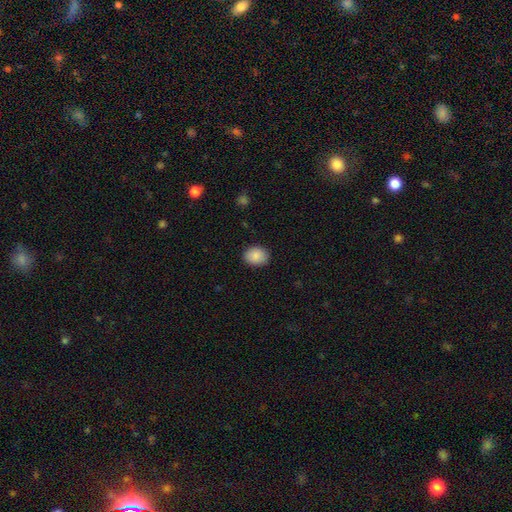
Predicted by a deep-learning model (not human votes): A smooth galaxy with no disk features (88%) that is in between round and cigar-shaped (53%). Merging: none (87%).